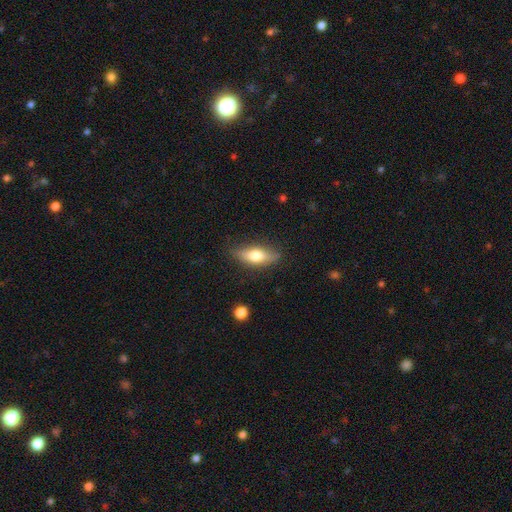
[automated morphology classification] This is likely a smooth galaxy (64%). How rounded: likely in between (63%). Merging: clearly none (83%).